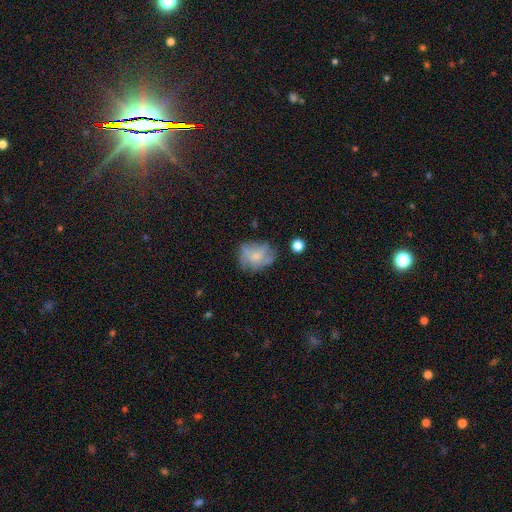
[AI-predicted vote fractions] smooth 45% (tied), featured or disk 45% (tied), star or artifact 11%. Down the decision tree: merging — none (61%).